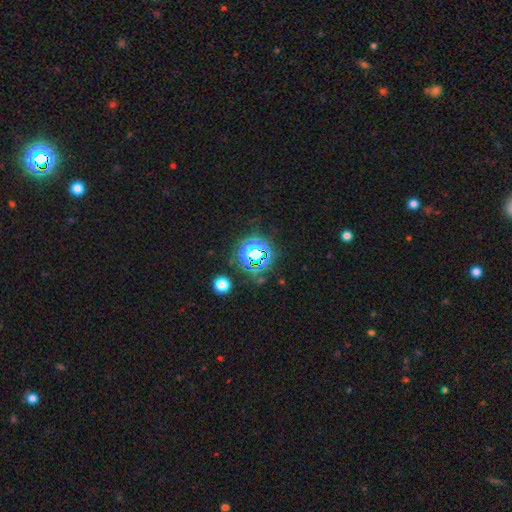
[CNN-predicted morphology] star or artifact 71%, smooth 20%, featured or disk 10%.